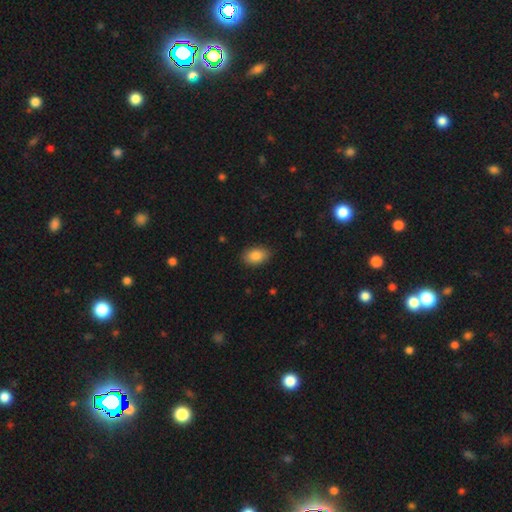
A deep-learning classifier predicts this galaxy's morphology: A smooth galaxy with no disk features (86%) that is in between round and cigar-shaped (87%).

Vote fractions:
- Smooth or featured? smooth: 86% / star or artifact: 8% / featured or disk: 6%
- How rounded? in between: 87% / round: 12% / cigar-shaped: 1%
- Merging? none: 86% / minor disturbance: 11% / major disturbance: 2% / merger: 1%